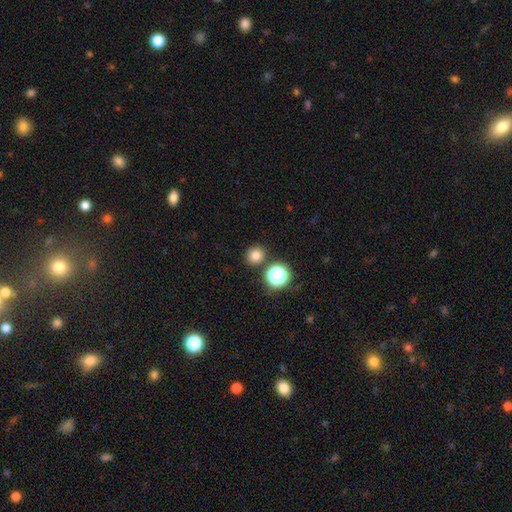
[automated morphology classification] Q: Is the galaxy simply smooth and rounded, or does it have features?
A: smooth — 78%.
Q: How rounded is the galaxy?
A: round — 88%.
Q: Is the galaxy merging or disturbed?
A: none — 84%.